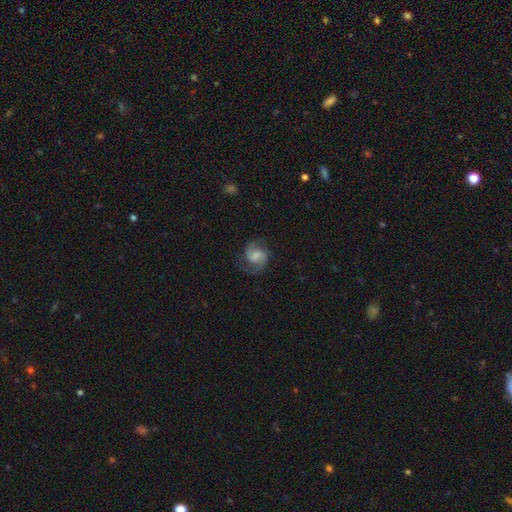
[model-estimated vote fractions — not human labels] Smooth or featured: featured or disk — 71% (smooth — 21%)
Edge-on disk: no — 98% (yes — 2%)
Bar: weak — 51% (no — 34%)
Spiral arms: yes — 95% (no — 5%)
Spiral winding: medium — 53% (loose — 28%)
Spiral arm count: 2 — 88% (can't tell — 5%)
Bulge size: moderate — 30% (none — 28%)
Merging: none — 71% (minor disturbance — 17%)